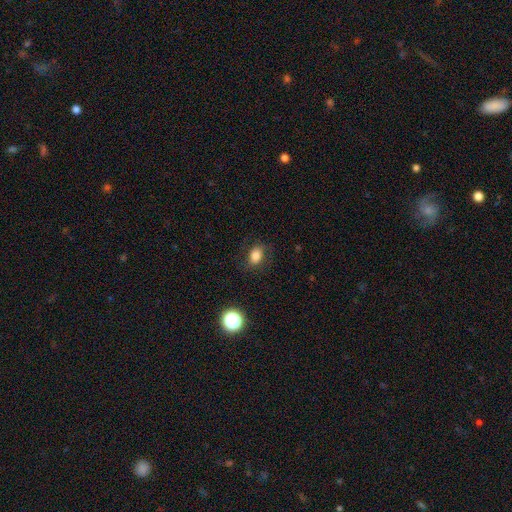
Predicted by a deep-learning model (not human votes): Smooth or featured: smooth — 80% (star or artifact — 11%)
How rounded: in between — 75% (round — 24%)
Merging: none — 77% (minor disturbance — 15%)